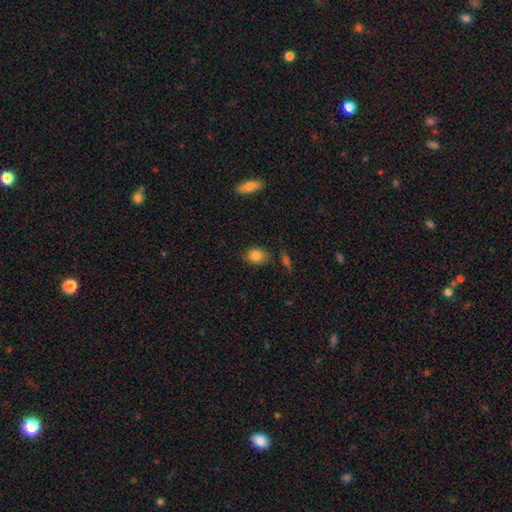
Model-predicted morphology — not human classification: The model was most divided on "how rounded": in between: 55%, round: 44%, cigar-shaped: 2%. More confident: smooth or featured — smooth (84%); merging — none (79%).